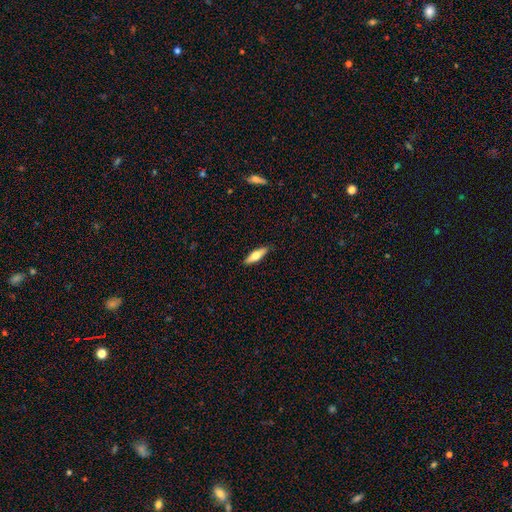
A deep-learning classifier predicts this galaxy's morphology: smooth-or-featured: smooth: 58% | featured or disk: 36% | star or artifact: 6%
  how-rounded: cigar-shaped: 51% | in between: 46% | round: 2%
  merging: none: 88% | minor disturbance: 9% | major disturbance: 2% | merger: 1%